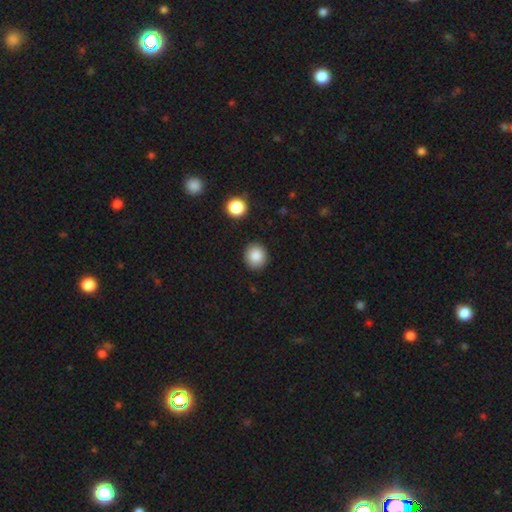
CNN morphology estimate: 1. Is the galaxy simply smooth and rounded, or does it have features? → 86% smooth, 9% star or artifact, 5% featured or disk.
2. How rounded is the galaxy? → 86% round, 13% in between, 1% cigar-shaped.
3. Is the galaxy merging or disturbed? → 89% none, 7% minor disturbance, 2% major disturbance, 2% merger.